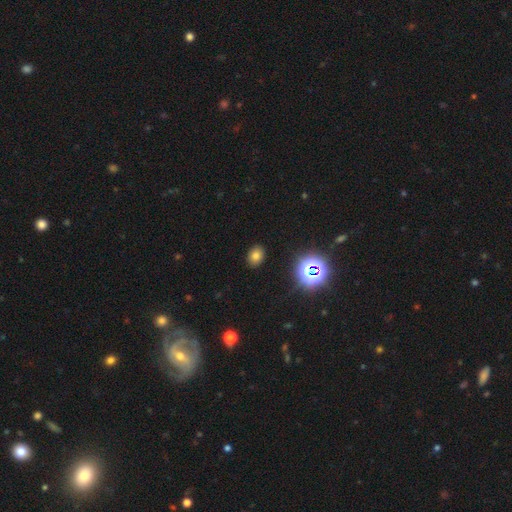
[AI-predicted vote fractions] A smooth galaxy with no disk features (72%) that is in between round and cigar-shaped (57%). Merging: none (89%).